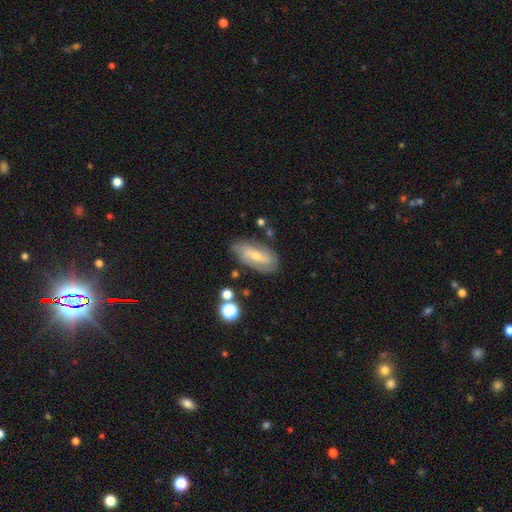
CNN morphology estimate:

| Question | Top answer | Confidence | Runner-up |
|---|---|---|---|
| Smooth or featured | featured or disk | 64% | smooth (28%) |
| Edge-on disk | no | 88% | yes (12%) |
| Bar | weak | 42% | no (34%) |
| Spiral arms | yes | 84% | no (16%) |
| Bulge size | small | 53% | moderate (42%) |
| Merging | none | 74% | minor disturbance (18%) |